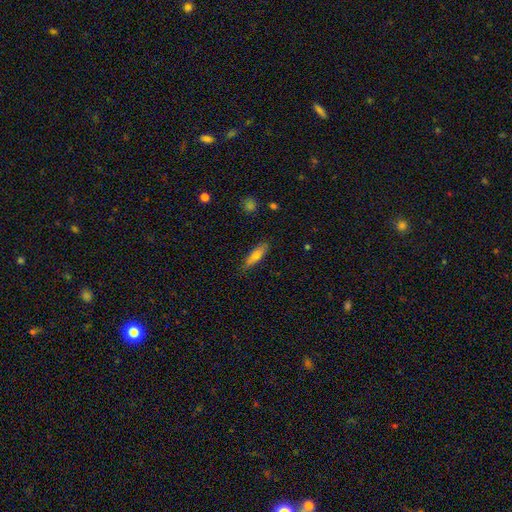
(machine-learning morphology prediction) This is likely a smooth galaxy (67%). How rounded: likely cigar-shaped (61%). Merging: likely none (75%).